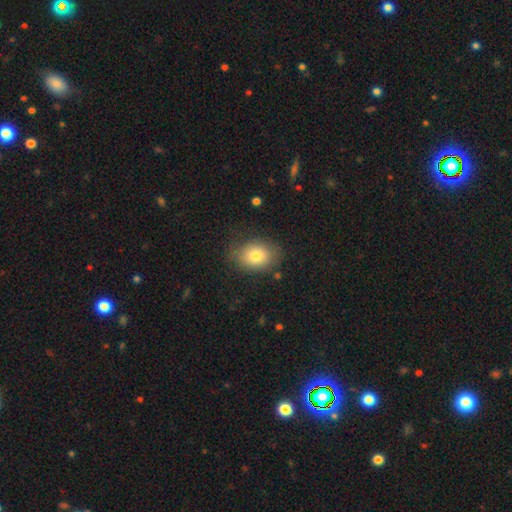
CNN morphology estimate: smooth 79%, featured or disk 12%, star or artifact 9%. Down the decision tree: how rounded — in between (66%); merging — none (74%).